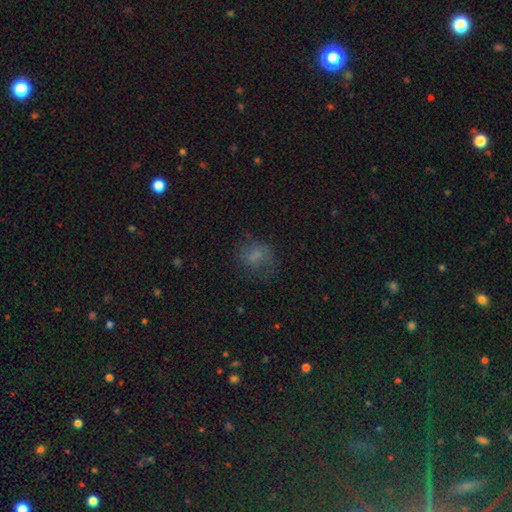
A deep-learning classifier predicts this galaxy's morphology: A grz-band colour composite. It shows a smooth galaxy with no disk features (67%) that is round (52%). Merging: none (57%).